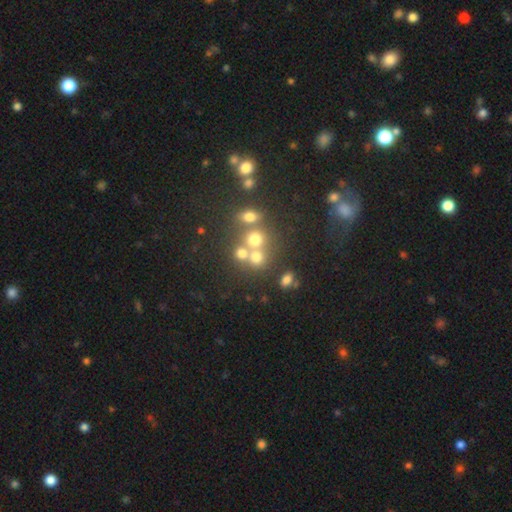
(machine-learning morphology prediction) A smooth galaxy with no disk features (56%) that is round (82%).

Vote fractions:
- Smooth or featured? smooth: 56% / star or artifact: 26% / featured or disk: 19%
- How rounded? round: 82% / in between: 16% / cigar-shaped: 1%
- Merging? none: 50% / merger: 36% / minor disturbance: 9% / major disturbance: 5%